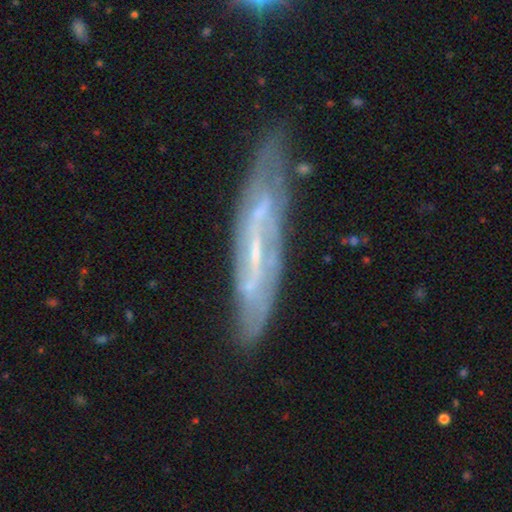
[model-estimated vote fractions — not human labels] This appears to be a featured or disk galaxy (75%). Merging: none (72%).